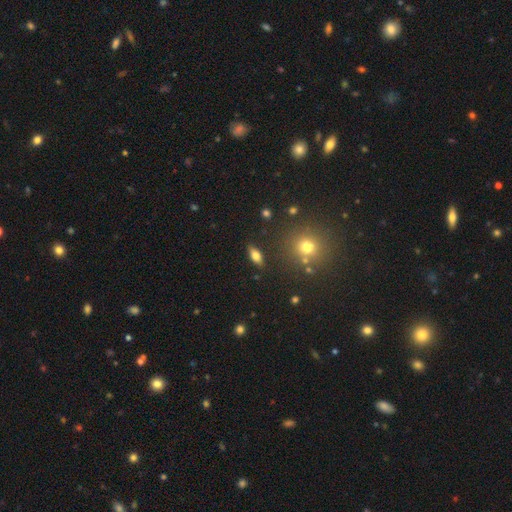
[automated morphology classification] Overall: smooth (72%). How rounded: in between (81%). Merging: none (86%).